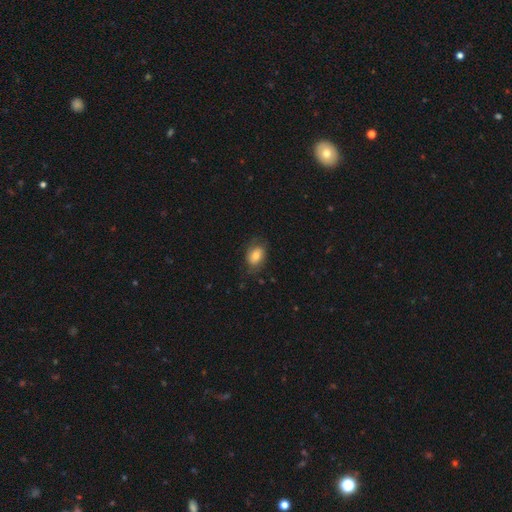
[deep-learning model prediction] Smooth or featured?
  - smooth: 69% *
  - featured or disk: 23%
  - star or artifact: 8%
How rounded?
  - in between: 79% *
  - round: 19%
  - cigar-shaped: 1%
Merging?
  - none: 68% *
  - minor disturbance: 21%
  - major disturbance: 9%
  - merger: 1%